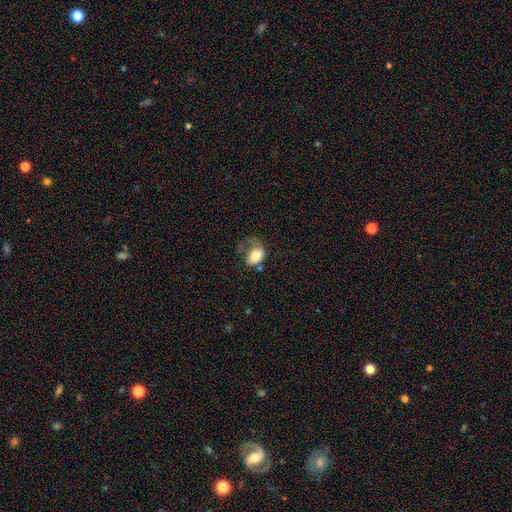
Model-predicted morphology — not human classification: Smooth or featured? Predicted: smooth (p=0.65). How rounded? Predicted: in between (p=0.77). Merging? Predicted: major disturbance (p=0.52).